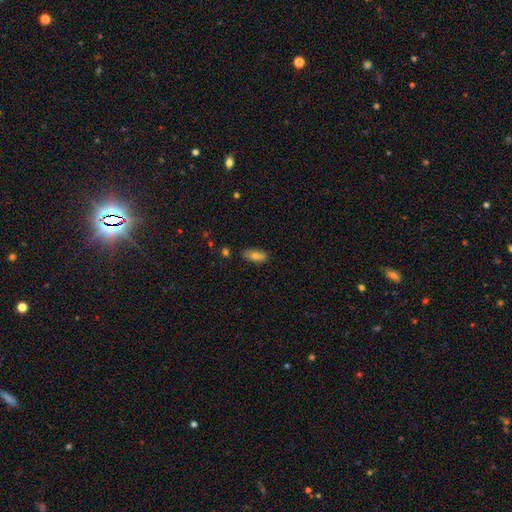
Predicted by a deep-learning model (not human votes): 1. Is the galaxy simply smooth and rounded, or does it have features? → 70% smooth, 22% featured or disk, 8% star or artifact.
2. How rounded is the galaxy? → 82% in between, 14% cigar-shaped, 4% round.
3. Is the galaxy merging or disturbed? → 76% none, 15% minor disturbance, 7% merger, 3% major disturbance.